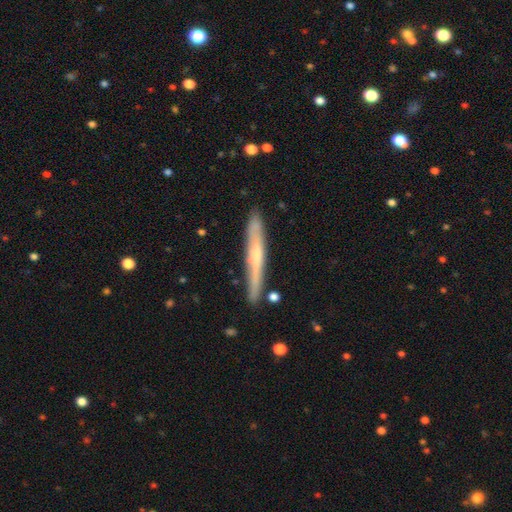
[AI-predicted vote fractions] This is possibly a featured or disk galaxy (50%). It is clearly viewed edge-on (94%). Merging: clearly none (84%).